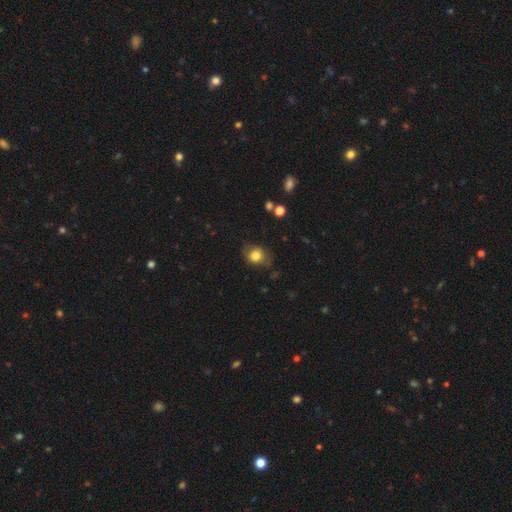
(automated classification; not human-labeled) The model was most divided on "how rounded": round: 70%, in between: 29%, cigar-shaped: 1%. More confident: smooth or featured — smooth (79%); merging — none (70%).